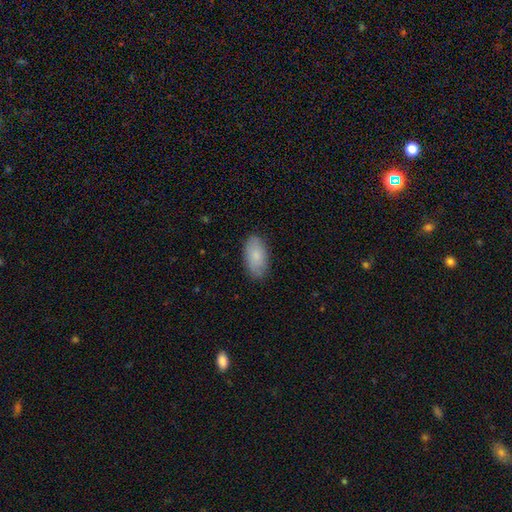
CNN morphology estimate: This appears to be a smooth galaxy with no disk features (80%) that is in between round and cigar-shaped (94%). Merging: none (83%).